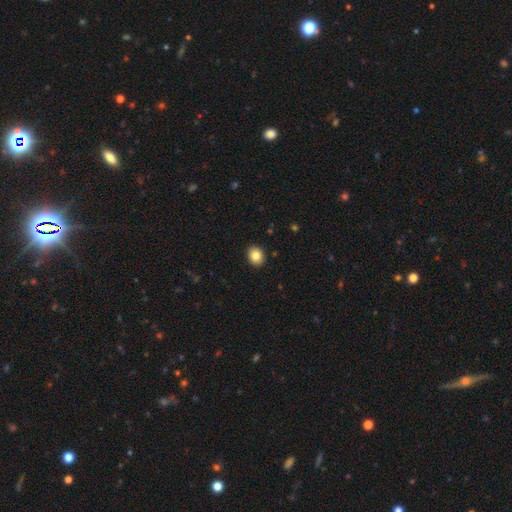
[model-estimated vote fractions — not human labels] This is clearly a smooth galaxy (84%). How rounded: possibly round (51%). Merging: clearly none (91%).